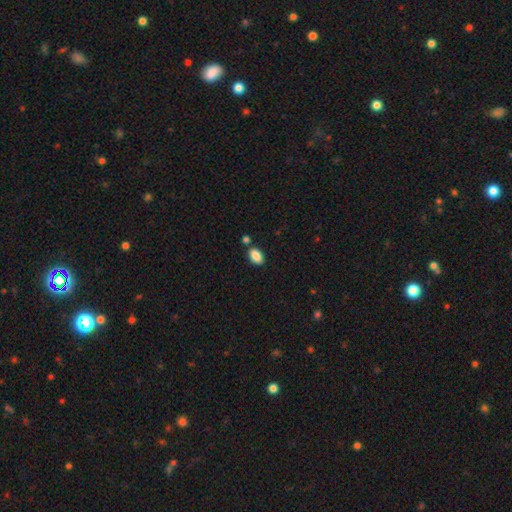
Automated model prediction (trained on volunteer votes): Q: Smooth or featured?
A: smooth (88%); runner-up: star or artifact (8%)
Q: How rounded?
A: in between (90%); runner-up: round (8%)
Q: Merging?
A: none (78%); runner-up: minor disturbance (11%)